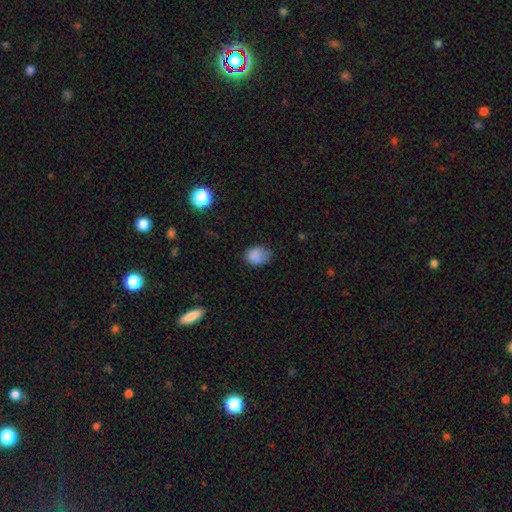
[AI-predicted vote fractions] smooth 82%, star or artifact 10%, featured or disk 8%. Down the decision tree: how rounded — in between (62%); merging — none (48%).